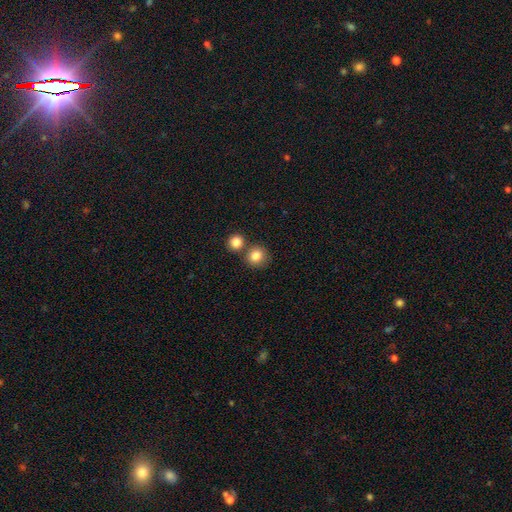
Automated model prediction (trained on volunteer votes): Overall: smooth (84%). How rounded: round (89%). Merging: none (68%).